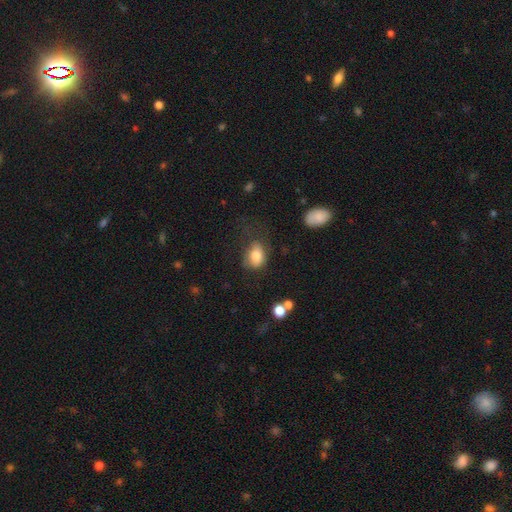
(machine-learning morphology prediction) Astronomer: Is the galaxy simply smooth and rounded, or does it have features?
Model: smooth — 79%.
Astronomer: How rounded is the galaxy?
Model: in between — 74%.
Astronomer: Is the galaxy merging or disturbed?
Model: none — 51% (runner-up: minor disturbance, 27%).